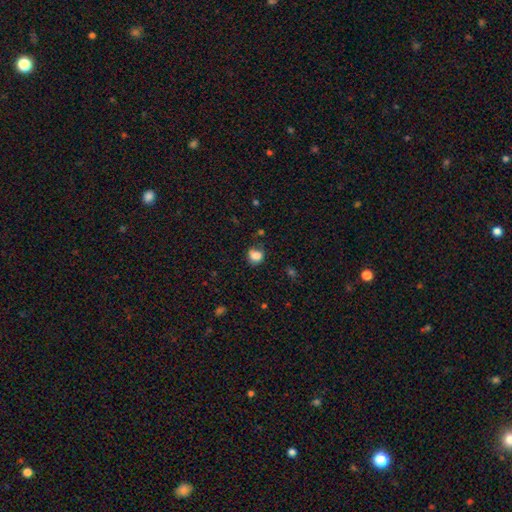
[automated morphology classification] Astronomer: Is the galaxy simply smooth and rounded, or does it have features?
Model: smooth — 81%.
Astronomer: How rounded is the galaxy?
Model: round — 63%.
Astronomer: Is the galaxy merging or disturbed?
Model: none — 57%.